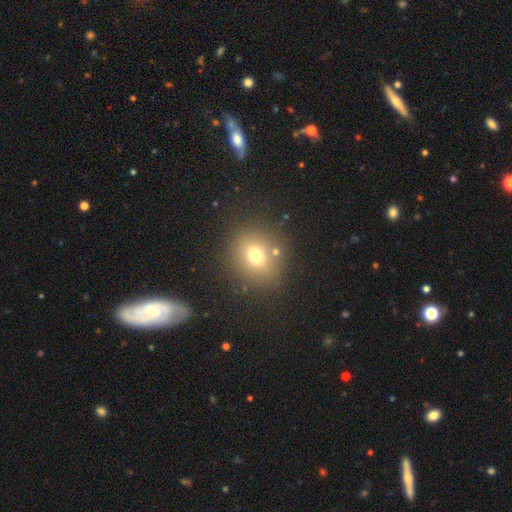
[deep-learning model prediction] Overall: smooth (70%). How rounded: round (78%). Merging: none (81%).